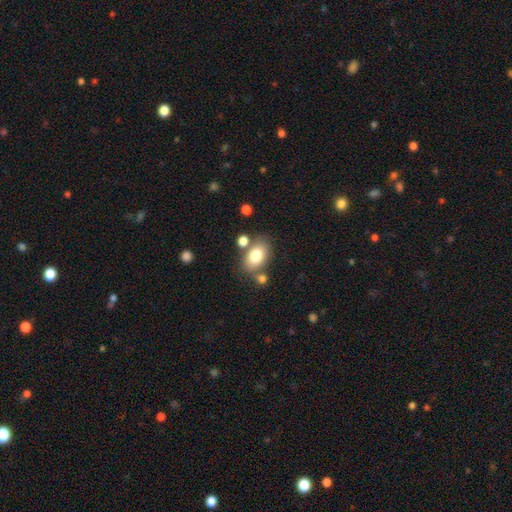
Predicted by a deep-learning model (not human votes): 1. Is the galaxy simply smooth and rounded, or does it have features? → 77% smooth, 14% featured or disk, 9% star or artifact.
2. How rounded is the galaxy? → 82% in between, 17% round, 1% cigar-shaped.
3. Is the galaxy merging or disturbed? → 66% none, 15% merger, 14% minor disturbance, 5% major disturbance.